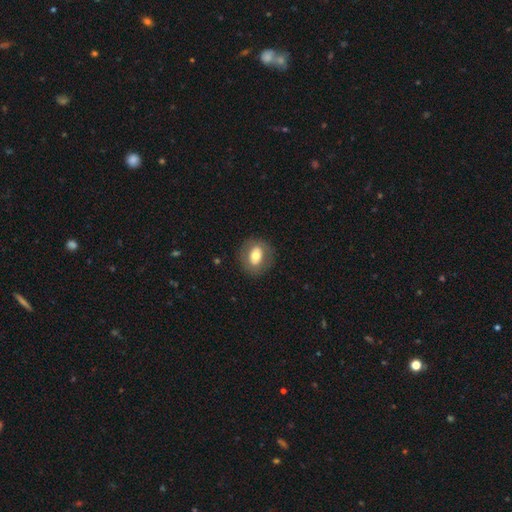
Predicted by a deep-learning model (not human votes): The model was most divided on "how rounded": round: 52%, in between: 47%, cigar-shaped: 1%. More confident: merging — none (83%); smooth or featured — smooth (62%).